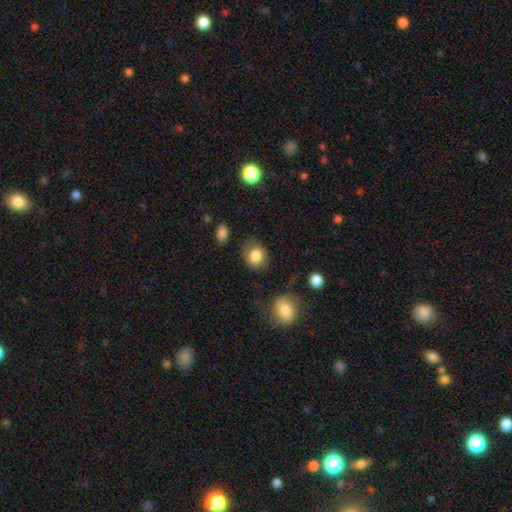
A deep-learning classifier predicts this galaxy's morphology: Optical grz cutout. It shows a smooth galaxy with no disk features (83%) that is round (68%). Merging: none (73%).